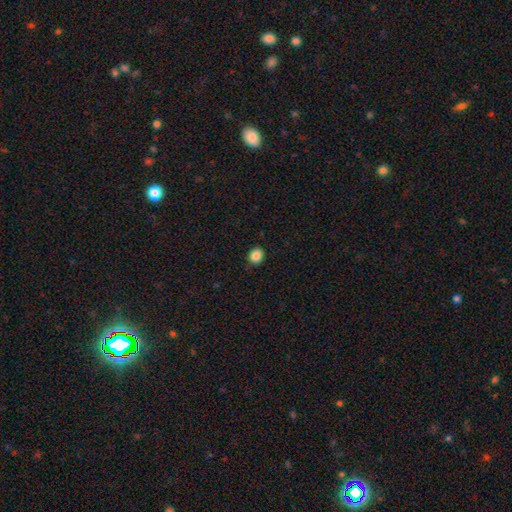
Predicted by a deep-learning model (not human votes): The model was most divided on "how rounded": round: 74%, in between: 25%, cigar-shaped: 1%. More confident: merging — none (89%); smooth or featured — smooth (87%).